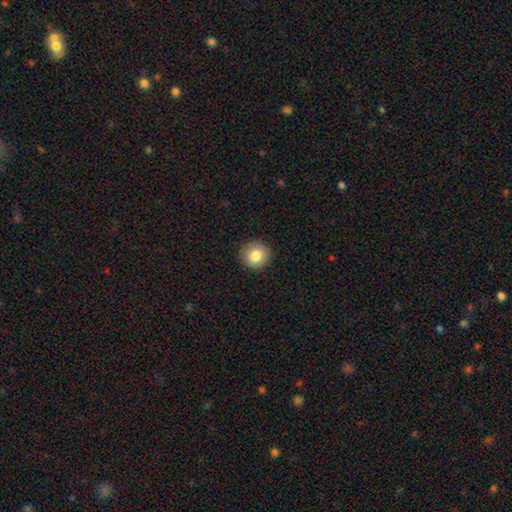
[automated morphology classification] This is clearly a smooth galaxy (83%). How rounded: clearly round (93%). Merging: clearly none (91%).